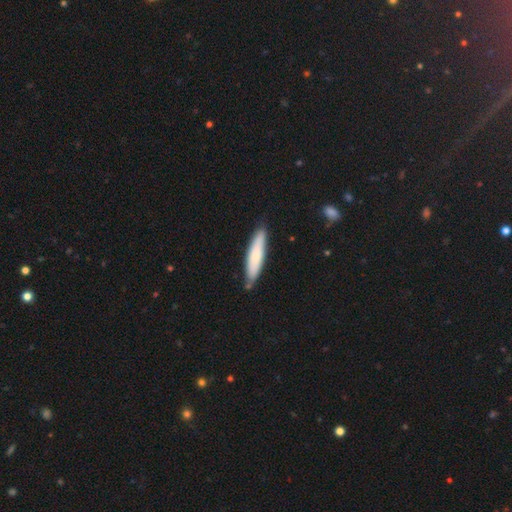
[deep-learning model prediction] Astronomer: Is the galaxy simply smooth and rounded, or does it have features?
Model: smooth — 71%.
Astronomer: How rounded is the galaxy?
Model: cigar-shaped — 81%.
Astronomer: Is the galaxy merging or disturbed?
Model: none — 79%.